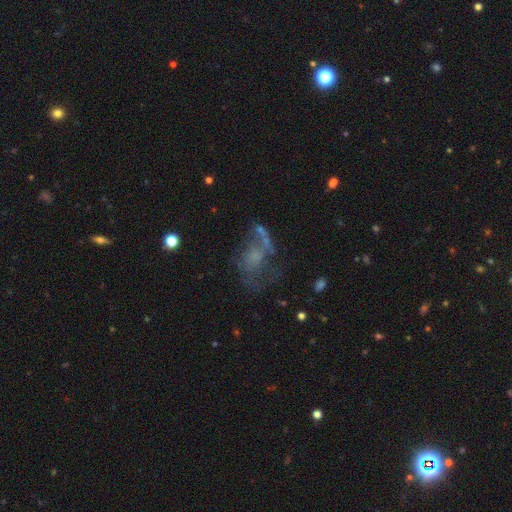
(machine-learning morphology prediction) A featured or disk galaxy (52%) with no bar (82%), no spiral arms (61%) and no central bulge (54%).

Vote fractions:
- Smooth or featured? featured or disk: 52% / smooth: 28% / star or artifact: 19%
- Edge-on disk? no: 96% / yes: 4%
- Bar? no: 82% / weak: 15% / strong: 3%
- Spiral arms? no: 61% / yes: 39%
- Bulge size? none: 54% / small: 25% / moderate: 15% / large: 4% / dominant: 2%
- Merging? major disturbance: 39% / none: 31% / minor disturbance: 16% / merger: 14%